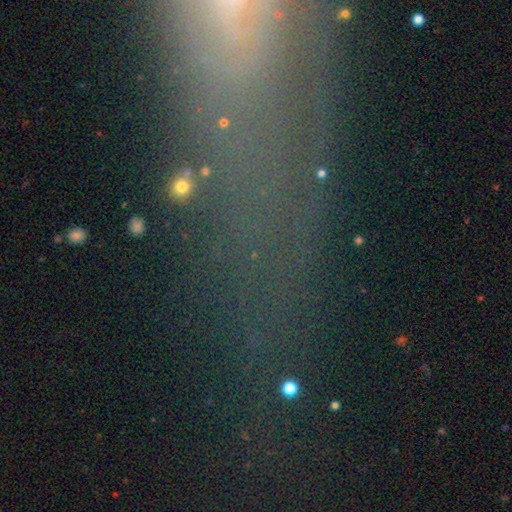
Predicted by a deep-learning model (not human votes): Smooth or featured? Predicted: star or artifact (p=0.51).